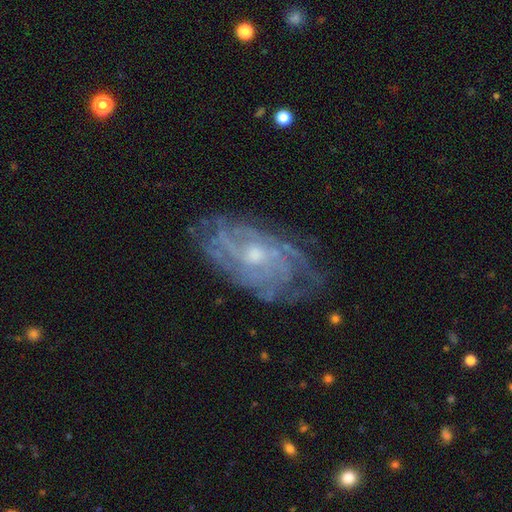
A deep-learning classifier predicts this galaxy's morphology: Smooth or featured: featured or disk — 84% (smooth — 9%)
Edge-on disk: no — 94% (yes — 6%)
Bar: no — 70% (weak — 25%)
Spiral arms: yes — 91% (no — 9%)
Spiral winding: tight — 65% (medium — 27%)
Spiral arm count: can't tell — 50% (4 — 14%)
Bulge size: small — 50% (moderate — 45%)
Merging: none — 72% (minor disturbance — 19%)